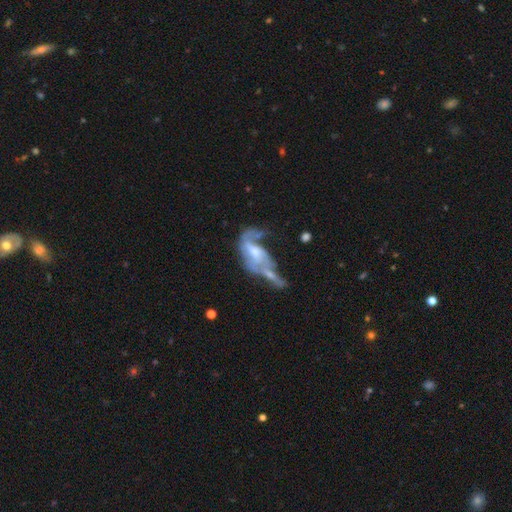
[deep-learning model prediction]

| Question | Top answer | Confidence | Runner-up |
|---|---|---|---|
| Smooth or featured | featured or disk | 70% | smooth (20%) |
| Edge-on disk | no | 92% | yes (8%) |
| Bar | no | 61% | weak (29%) |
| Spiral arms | yes | 60% | no (40%) |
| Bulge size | moderate | 46% | small (32%) |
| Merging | merger | 40% | major disturbance (31%) |